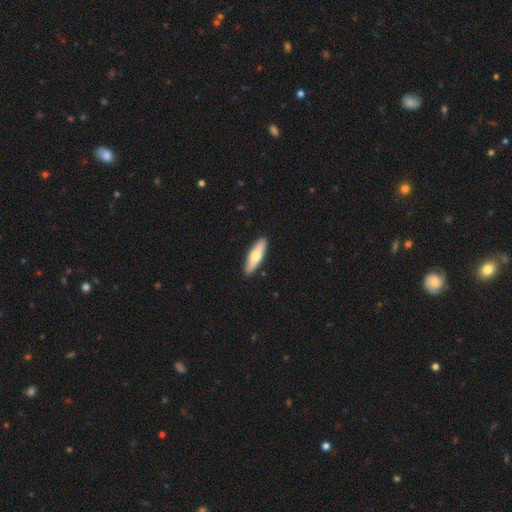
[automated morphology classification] This appears to be a smooth galaxy with no disk features (66%) that is cigar-shaped (59%). Merging: none (90%).